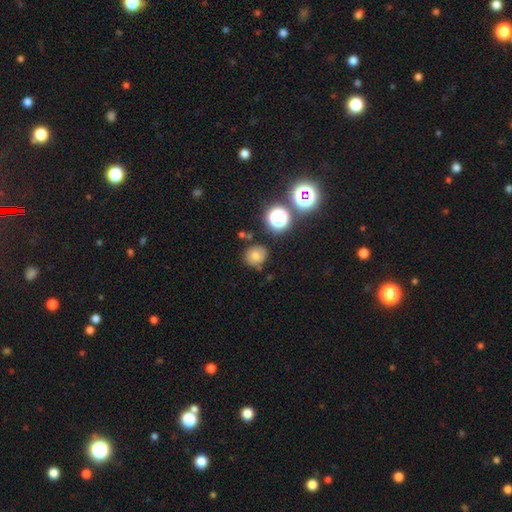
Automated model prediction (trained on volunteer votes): smooth_or_featured: smooth (p=0.72) [alt: star or artifact p=0.17]
how_rounded: round (p=0.77) [alt: in between p=0.22]
merging: none (p=0.79) [alt: minor disturbance p=0.12]